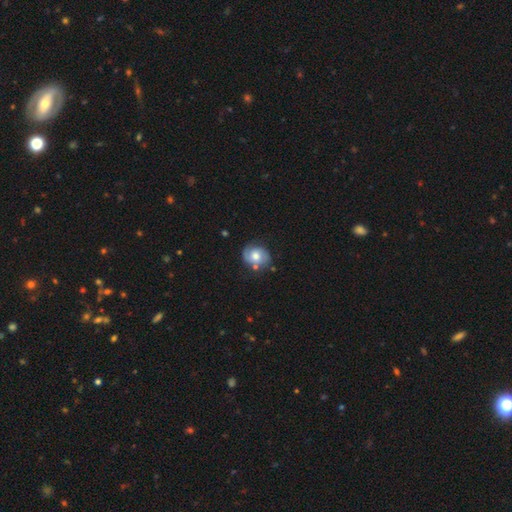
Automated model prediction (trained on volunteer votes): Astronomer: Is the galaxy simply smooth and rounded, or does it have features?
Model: featured or disk — 50% (runner-up: smooth, 42%).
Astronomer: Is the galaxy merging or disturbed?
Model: none — 69%.